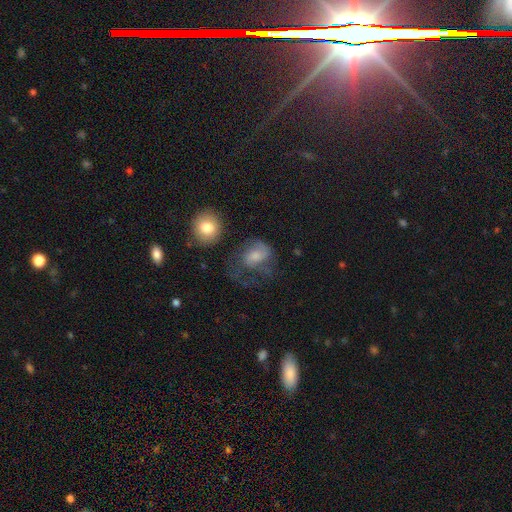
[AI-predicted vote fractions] featured or disk 47%, smooth 43%, star or artifact 11%. Down the decision tree: merging — major disturbance (43%).